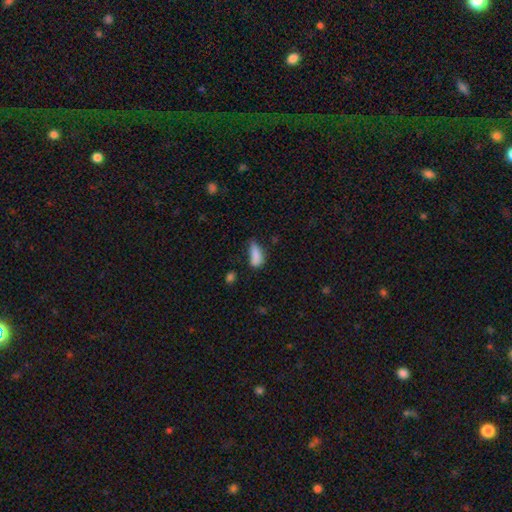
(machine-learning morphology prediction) type=smooth (81%); roundness=in between (72%); merging=none (39%).